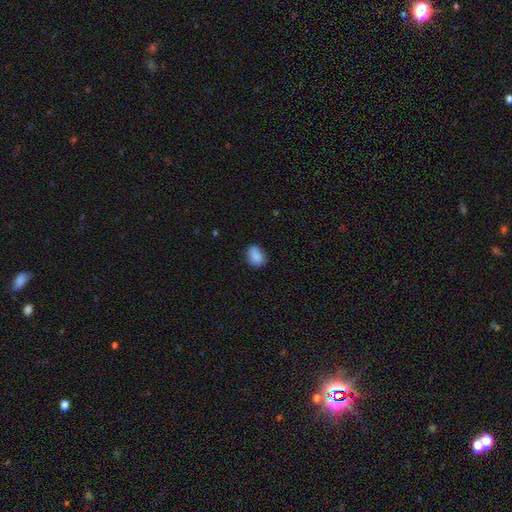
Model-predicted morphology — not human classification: Smooth or featured? Predicted: smooth (p=0.86). How rounded? Predicted: in between (p=0.65). Merging? Predicted: none (p=0.70).